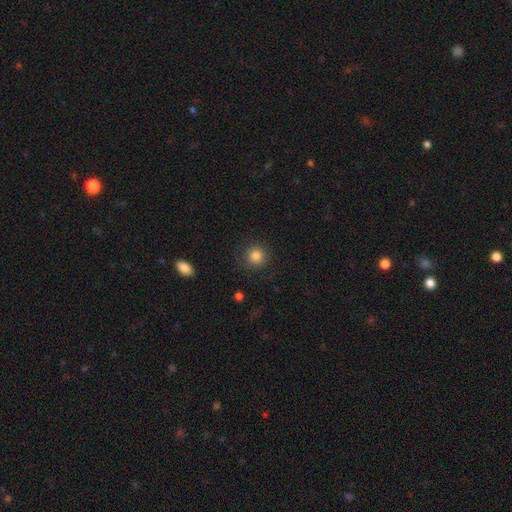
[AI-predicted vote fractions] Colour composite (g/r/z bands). It shows a smooth galaxy with no disk features (85%) that is round (92%). Merging: none (85%).